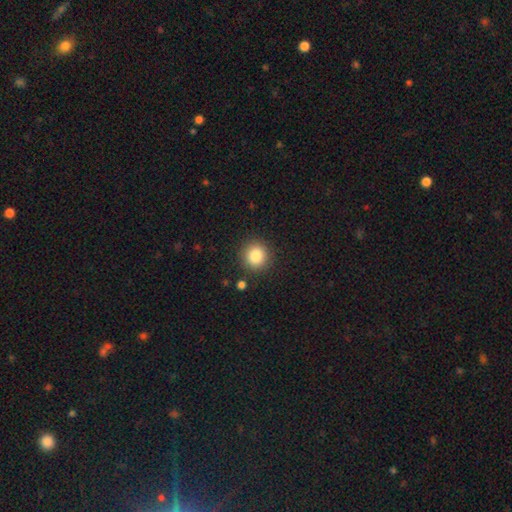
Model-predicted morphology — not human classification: smooth_or_featured: smooth (p=0.84) [alt: star or artifact p=0.10]
how_rounded: round (p=0.91) [alt: in between p=0.08]
merging: none (p=0.88) [alt: minor disturbance p=0.07]